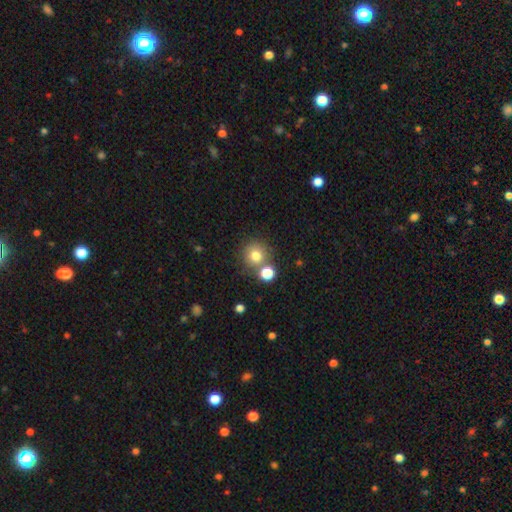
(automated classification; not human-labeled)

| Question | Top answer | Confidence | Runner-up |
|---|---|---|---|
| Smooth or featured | smooth | 77% | star or artifact (14%) |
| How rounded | round | 91% | in between (8%) |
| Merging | none | 71% | merger (17%) |